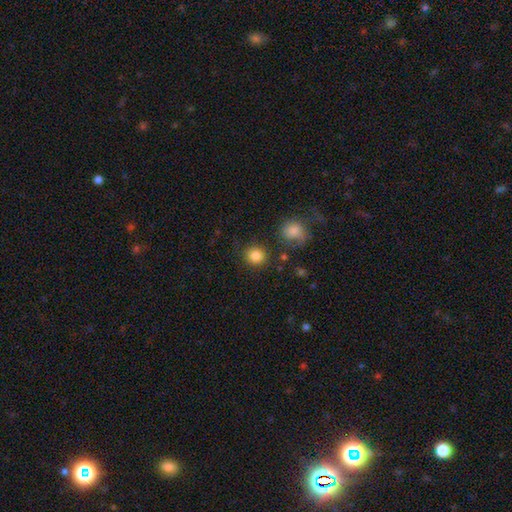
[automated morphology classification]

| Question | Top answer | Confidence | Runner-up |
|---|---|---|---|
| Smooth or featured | smooth | 85% | star or artifact (10%) |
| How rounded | round | 88% | in between (11%) |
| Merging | none | 83% | minor disturbance (8%) |